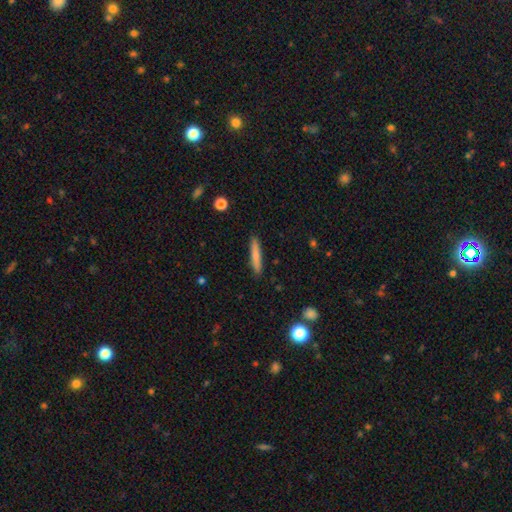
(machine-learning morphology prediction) Smooth or featured: smooth — 77% (featured or disk — 17%)
How rounded: cigar-shaped — 91% (in between — 8%)
Merging: none — 89% (minor disturbance — 8%)